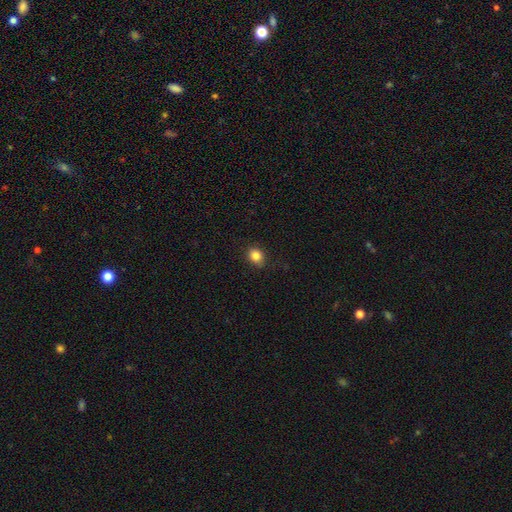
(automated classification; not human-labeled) This appears to be a smooth galaxy with no disk features (84%) that is round (62%). Merging: none (86%).